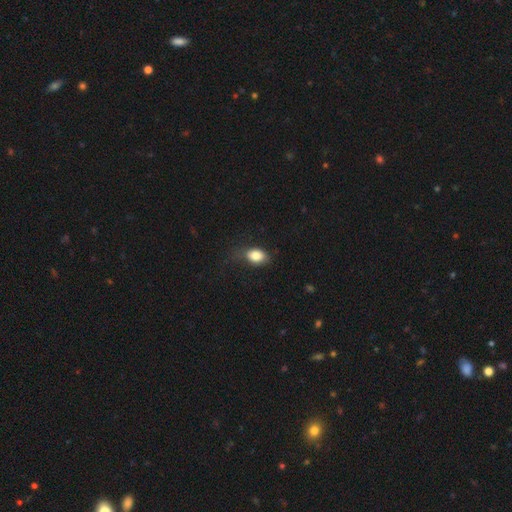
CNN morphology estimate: Smooth or featured?
  - smooth: 83% *
  - featured or disk: 9%
  - star or artifact: 8%
How rounded?
  - in between: 81% *
  - round: 17%
  - cigar-shaped: 2%
Merging?
  - none: 61% *
  - minor disturbance: 26%
  - major disturbance: 11%
  - merger: 2%